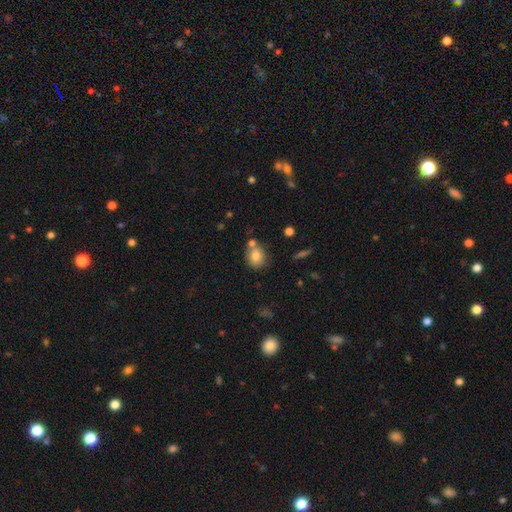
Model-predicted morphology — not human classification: This appears to be a smooth galaxy with no disk features (78%) that is round (68%). Merging: none (60%).